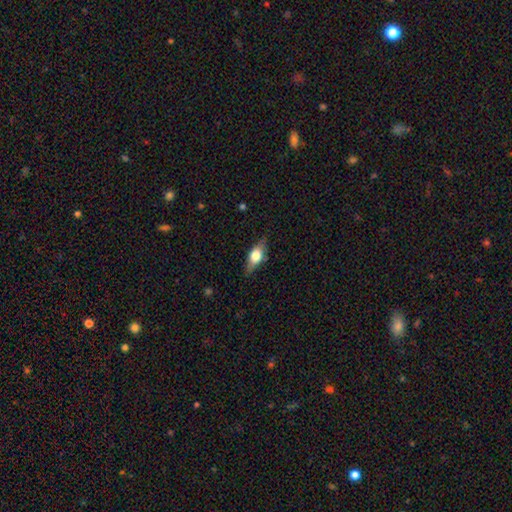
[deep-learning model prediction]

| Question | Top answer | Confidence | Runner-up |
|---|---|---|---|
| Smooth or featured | smooth | 50% | featured or disk (42%) |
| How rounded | in between | 72% | cigar-shaped (20%) |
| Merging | none | 80% | minor disturbance (15%) |